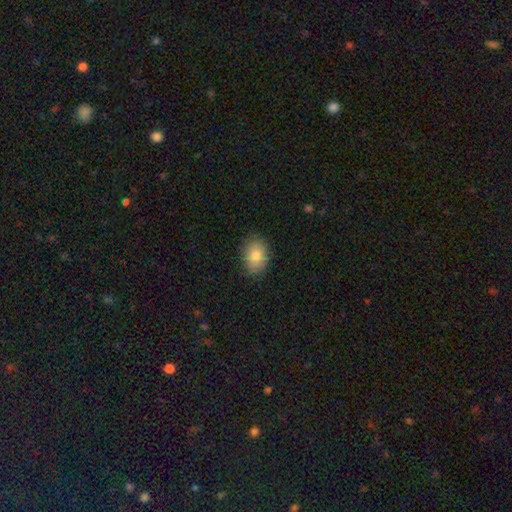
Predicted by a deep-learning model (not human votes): Morphology: type=smooth (82%); roundness=in between (73%); merging=none (85%).